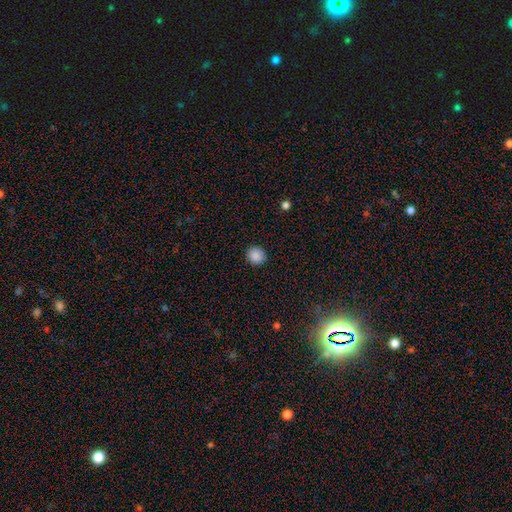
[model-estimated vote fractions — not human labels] smooth 88%, star or artifact 9%, featured or disk 3%. Down the decision tree: how rounded — round (90%); merging — none (91%).